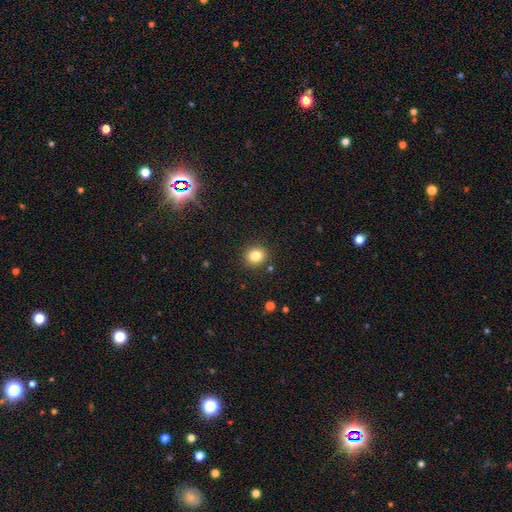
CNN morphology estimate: A smooth galaxy with no disk features (82%) that is round (75%). Merging: none (89%).